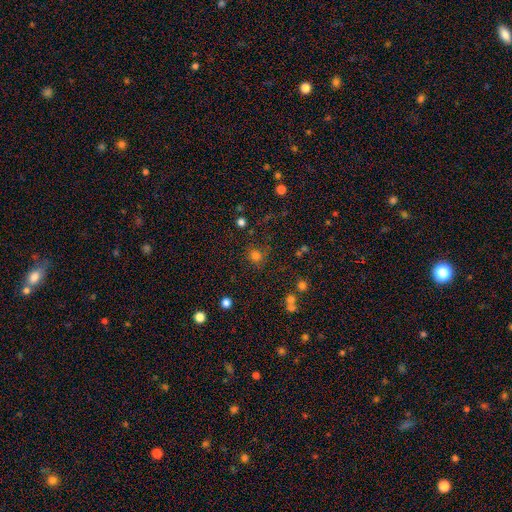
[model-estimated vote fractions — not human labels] Smooth or featured? smooth (75%)
How rounded? round (84%)
Merging? none (75%)